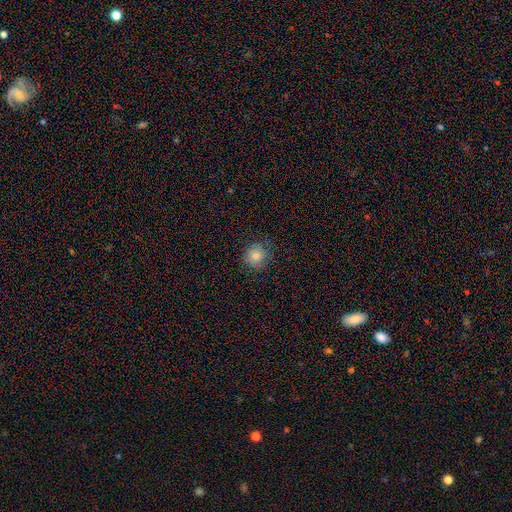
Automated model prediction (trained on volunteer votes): smooth_or_featured: smooth (p=0.72) [alt: featured or disk p=0.16]
how_rounded: round (p=0.88) [alt: in between p=0.11]
merging: none (p=0.80) [alt: minor disturbance p=0.14]